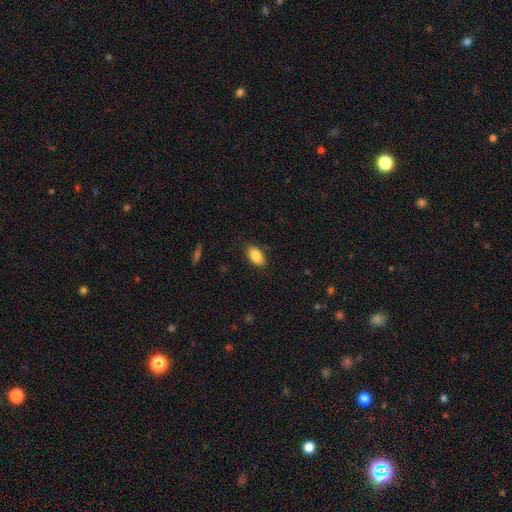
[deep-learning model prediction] The model was most divided on "merging": none: 86%, minor disturbance: 11%, major disturbance: 3%, merger: 1%. More confident: how rounded — in between (92%); smooth or featured — smooth (87%).